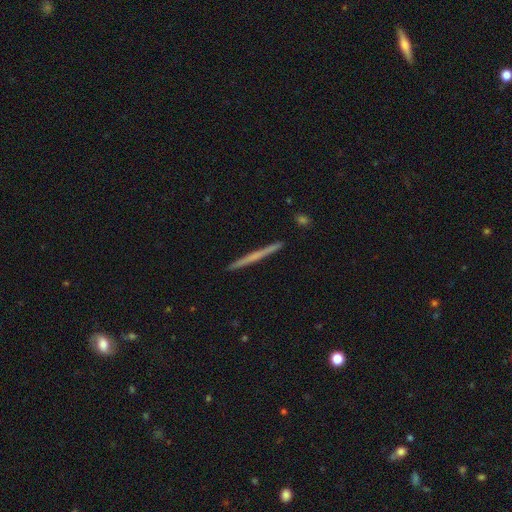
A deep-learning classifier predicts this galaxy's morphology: This appears to be a featured or disk galaxy (54%) viewed edge-on (98%) with no central bulge (82%). Merging: none (93%).